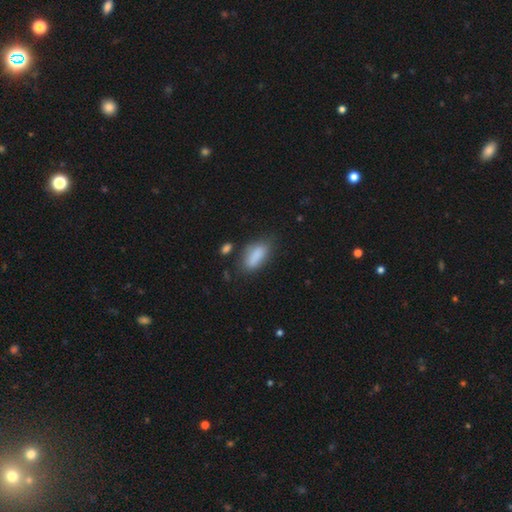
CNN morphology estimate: Smooth or featured? Predicted: smooth (p=0.84). How rounded? Predicted: in between (p=0.82). Merging? Predicted: none (p=0.64).